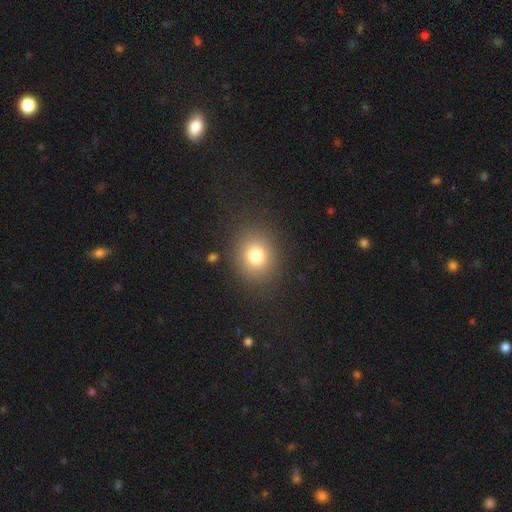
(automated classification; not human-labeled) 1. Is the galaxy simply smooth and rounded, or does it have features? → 77% smooth, 14% star or artifact, 9% featured or disk.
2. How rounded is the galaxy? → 70% round, 29% in between, 1% cigar-shaped.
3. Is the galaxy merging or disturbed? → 86% none, 8% minor disturbance, 5% major disturbance, 2% merger.